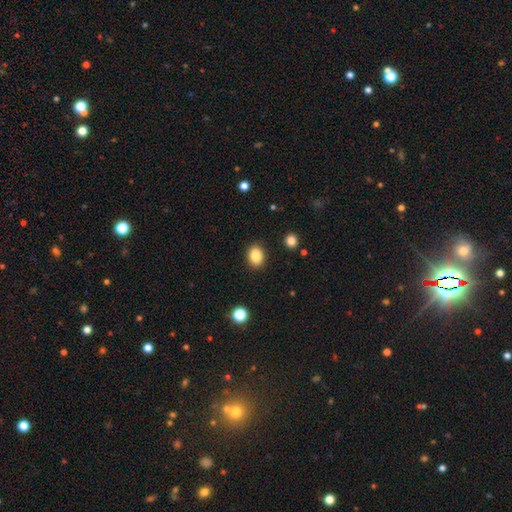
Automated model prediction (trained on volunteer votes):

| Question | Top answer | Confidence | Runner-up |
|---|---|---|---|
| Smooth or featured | smooth | 87% | star or artifact (9%) |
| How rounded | in between | 67% | round (32%) |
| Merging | none | 89% | minor disturbance (7%) |